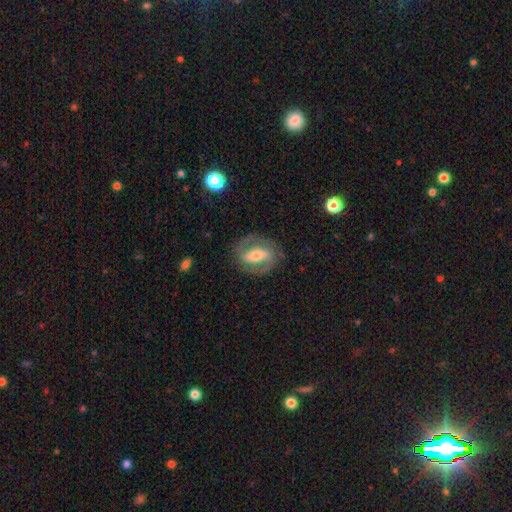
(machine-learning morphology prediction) This is clearly a featured or disk galaxy (81%). It is clearly not viewed edge-on (96%). Bar: possibly strong (53%). Spiral arm pattern: clearly yes (90%). Spiral arm count: clearly 2 (89%). Spiral winding: possibly medium (49%). Central bulge: possibly moderate (56%). Merging: clearly none (82%).